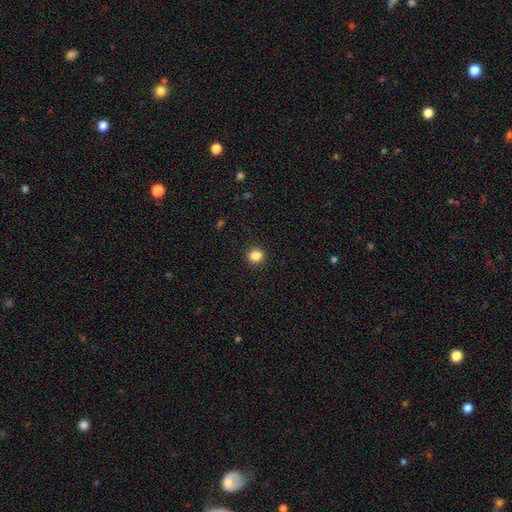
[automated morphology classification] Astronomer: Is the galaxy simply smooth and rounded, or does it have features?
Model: smooth — 86%.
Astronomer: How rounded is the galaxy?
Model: round — 83%.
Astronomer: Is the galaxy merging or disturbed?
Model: none — 91%.